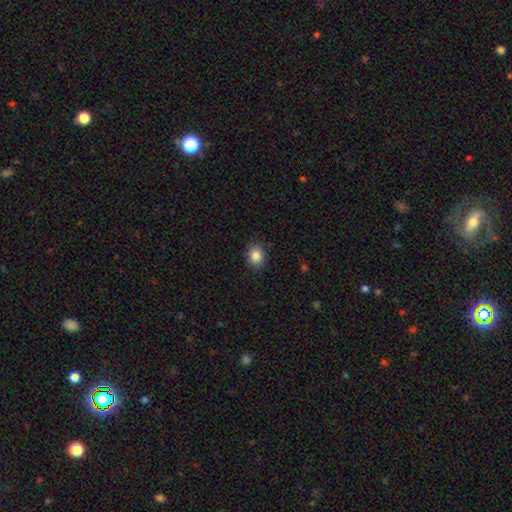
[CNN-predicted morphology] Smooth or featured? smooth (85%)
How rounded? round (53%)
Merging? none (88%)